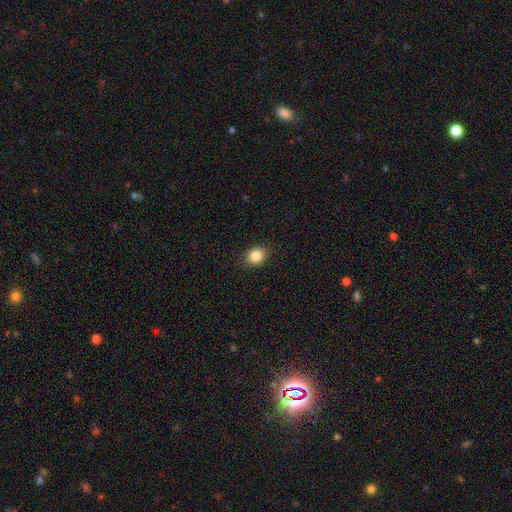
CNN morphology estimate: Smooth or featured?
  - smooth: 86% *
  - star or artifact: 9%
  - featured or disk: 5%
How rounded?
  - round: 57% *
  - in between: 42%
  - cigar-shaped: 1%
Merging?
  - none: 86% *
  - minor disturbance: 10%
  - major disturbance: 2%
  - merger: 1%